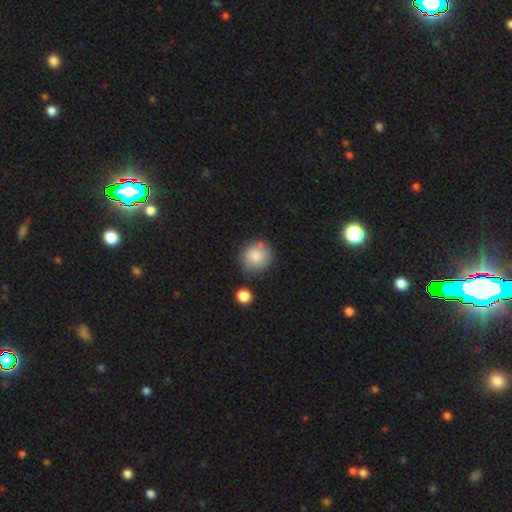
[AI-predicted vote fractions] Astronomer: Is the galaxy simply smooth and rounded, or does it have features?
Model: smooth — 82%.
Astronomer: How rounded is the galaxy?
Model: round — 86%.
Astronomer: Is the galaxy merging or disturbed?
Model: none — 69%.